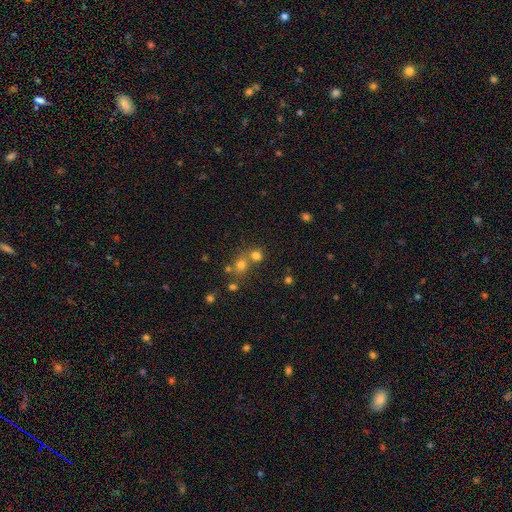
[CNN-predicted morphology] The model was most divided on "merging": none: 54%, merger: 35%, minor disturbance: 7%, major disturbance: 3%. More confident: how rounded — round (81%); smooth or featured — smooth (71%).